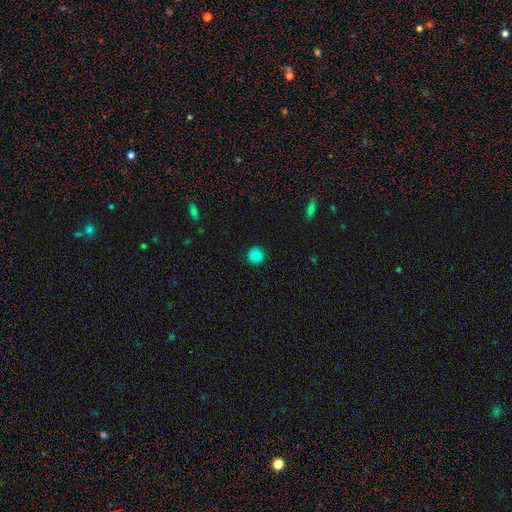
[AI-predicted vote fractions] This is clearly a smooth galaxy (86%). How rounded: clearly round (93%). Merging: clearly none (91%).